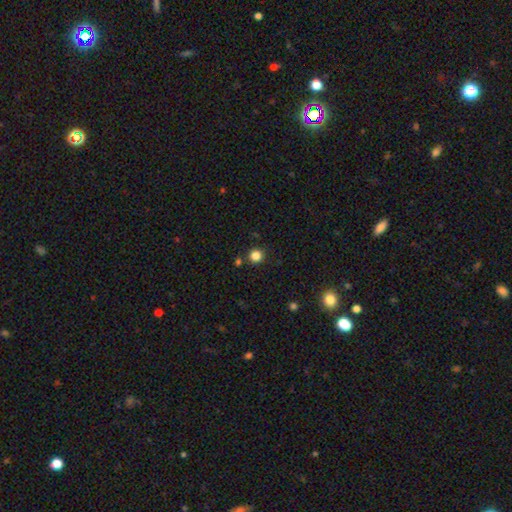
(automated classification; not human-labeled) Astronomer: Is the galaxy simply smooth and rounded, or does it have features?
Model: smooth — 84%.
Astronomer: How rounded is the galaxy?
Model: round — 94%.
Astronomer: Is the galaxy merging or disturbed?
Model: none — 88%.